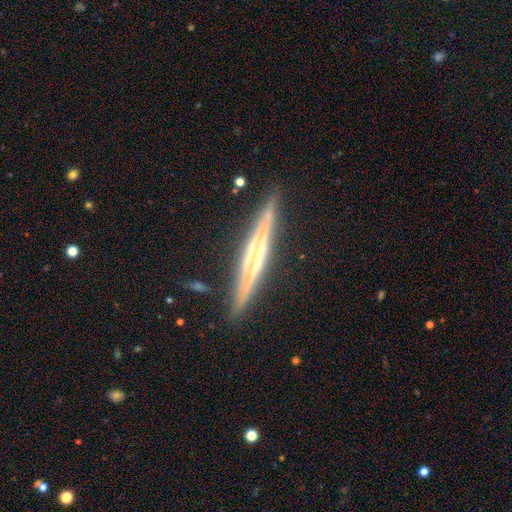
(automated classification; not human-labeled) smooth-or-featured: featured or disk: 78% | smooth: 15% | star or artifact: 7%
  disk-edge-on: yes: 97% | no: 3%
    edge-on-bulge: none: 44% | rounded: 33% | boxy: 23%
  merging: none: 88% | minor disturbance: 9% | major disturbance: 2% | merger: 1%